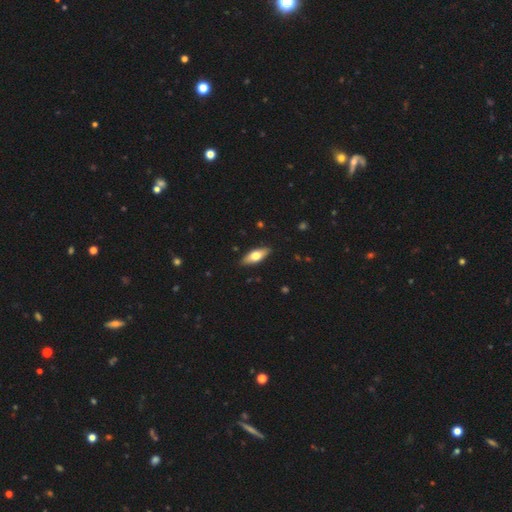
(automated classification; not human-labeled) This appears to be a smooth galaxy with no disk features (63%) that is in between round and cigar-shaped (71%). Merging: none (88%).